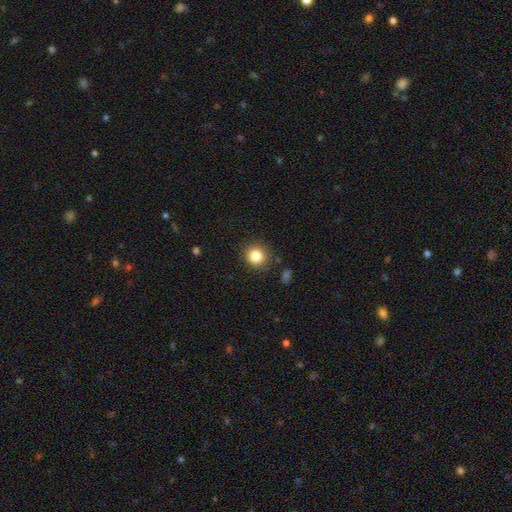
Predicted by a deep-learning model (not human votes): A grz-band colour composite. It shows a smooth galaxy with no disk features (84%) that is round (89%). Merging: none (87%).